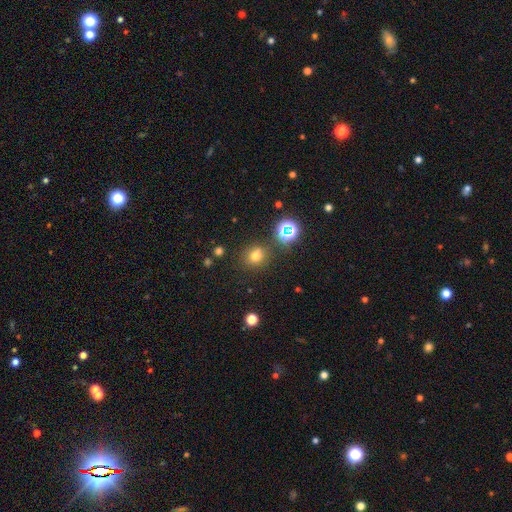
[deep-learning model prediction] Smooth or featured? Predicted: smooth (p=0.69). How rounded? Predicted: round (p=0.77). Merging? Predicted: none (p=0.79).